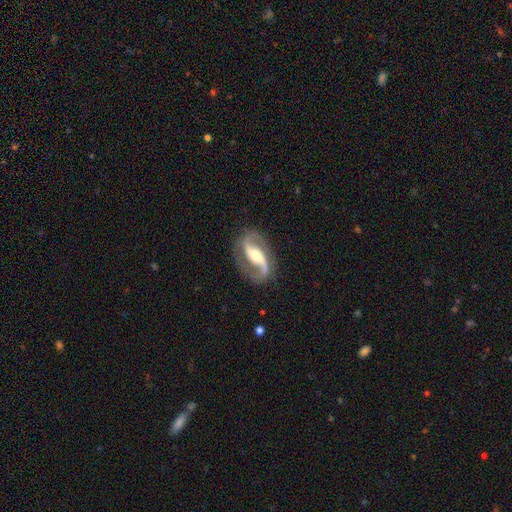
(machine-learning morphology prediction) Smooth or featured? featured or disk (90%)
Edge-on disk? no (96%)
Bar? strong (42%)
Spiral arms? yes (97%)
Spiral winding? loose (45%)
Spiral arm count? 2 (91%)
Bulge size? moderate (61%)
Merging? none (81%)